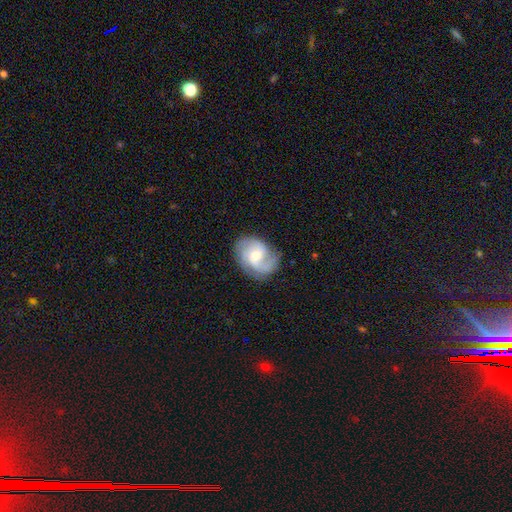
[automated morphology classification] Q: Smooth or featured?
A: featured or disk (79%); runner-up: smooth (15%)
Q: Edge-on disk?
A: no (97%); runner-up: yes (3%)
Q: Bar?
A: no (47%); runner-up: weak (44%)
Q: Spiral arms?
A: yes (96%); runner-up: no (4%)
Q: Spiral winding?
A: medium (49%); runner-up: tight (26%)
Q: Spiral arm count?
A: 2 (55%); runner-up: 3 (22%)
Q: Bulge size?
A: moderate (50%); runner-up: small (46%)
Q: Merging?
A: none (74%); runner-up: minor disturbance (17%)